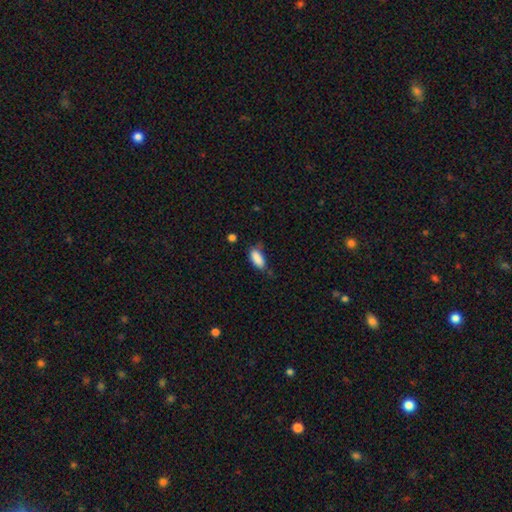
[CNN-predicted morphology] type=smooth (87%); roundness=in between (84%); merging=none (56%).